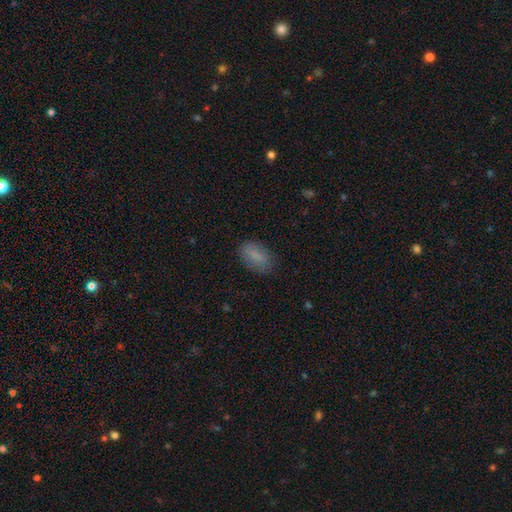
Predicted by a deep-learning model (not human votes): The model was most divided on "merging": none: 81%, minor disturbance: 14%, major disturbance: 4%, merger: 1%. More confident: how rounded — in between (90%); smooth or featured — smooth (82%).